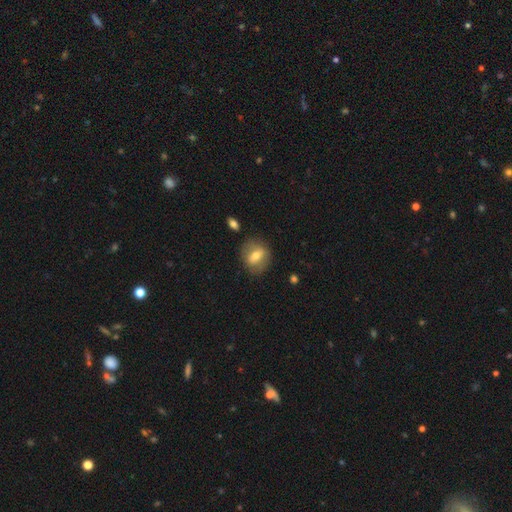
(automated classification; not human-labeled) smooth-or-featured: smooth: 58% | featured or disk: 34% | star or artifact: 8%
  how-rounded: round: 54% | in between: 43% | cigar-shaped: 3%
  merging: none: 79% | minor disturbance: 14% | major disturbance: 5% | merger: 2%